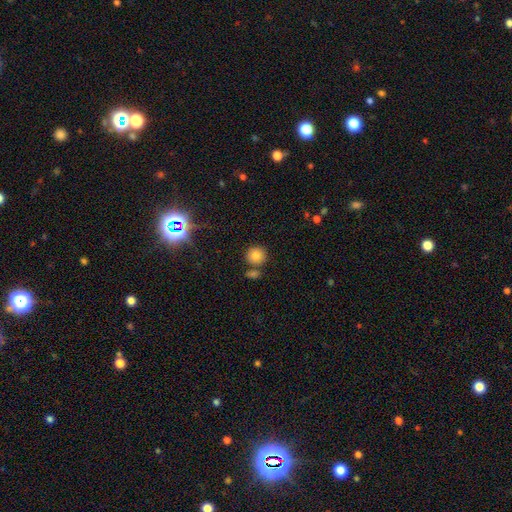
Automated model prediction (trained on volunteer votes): smooth-or-featured: smooth: 80% | star or artifact: 12% | featured or disk: 8%
  how-rounded: round: 91% | in between: 8% | cigar-shaped: 1%
  merging: none: 73% | merger: 15% | minor disturbance: 9% | major disturbance: 3%